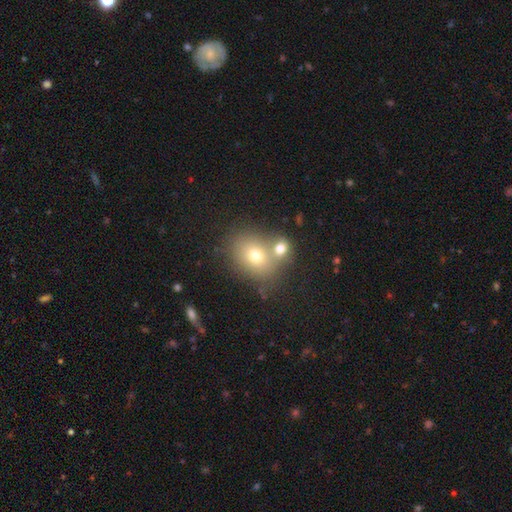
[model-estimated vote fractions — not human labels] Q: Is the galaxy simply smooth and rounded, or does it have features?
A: smooth — 70%.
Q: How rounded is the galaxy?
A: round — 56%.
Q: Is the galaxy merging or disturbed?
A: none — 44%.